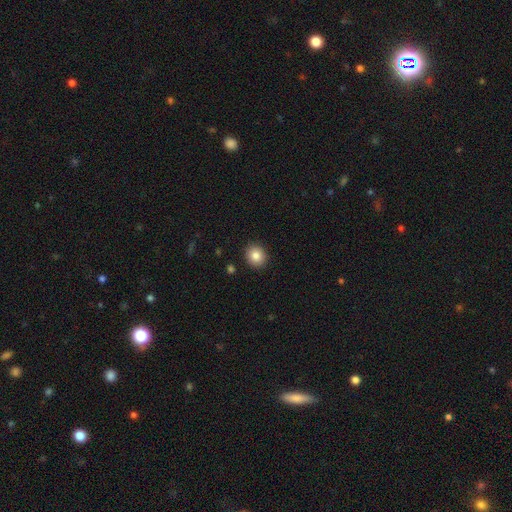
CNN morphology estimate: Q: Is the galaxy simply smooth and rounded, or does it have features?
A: smooth — 84%.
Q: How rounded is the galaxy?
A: round — 82%.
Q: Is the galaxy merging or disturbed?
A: none — 91%.